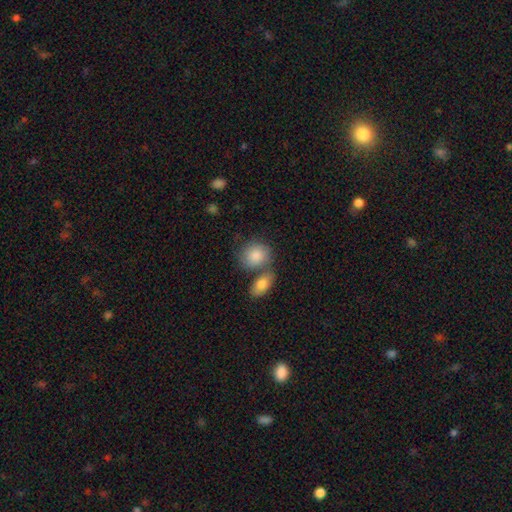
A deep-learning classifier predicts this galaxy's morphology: type=smooth (82%); roundness=round (60%); merging=none (46%).